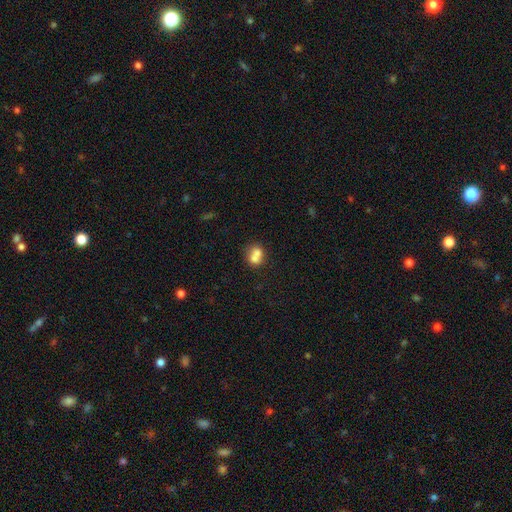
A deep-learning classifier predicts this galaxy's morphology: Q: Smooth or featured?
A: smooth (70%); runner-up: featured or disk (20%)
Q: How rounded?
A: round (61%); runner-up: in between (38%)
Q: Merging?
A: merger (63%); runner-up: none (26%)